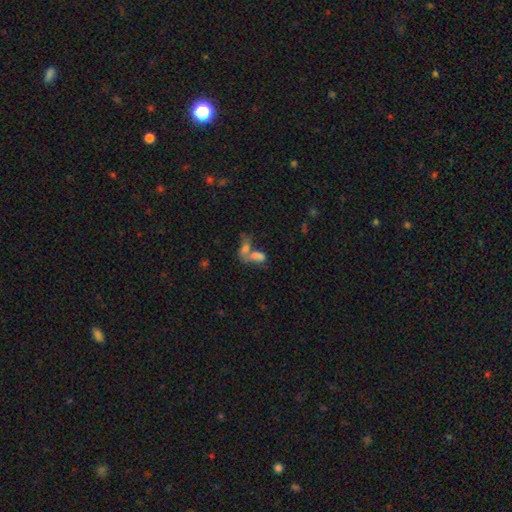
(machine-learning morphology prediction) Overall: smooth (63%). How rounded: in between (82%). Merging: merger (71%).